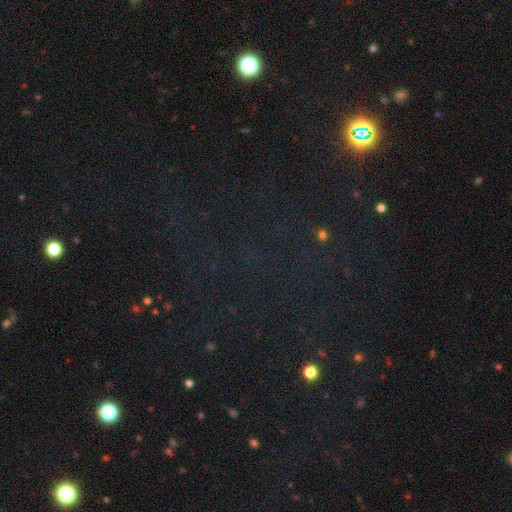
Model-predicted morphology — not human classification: smooth_or_featured: star or artifact (p=0.70) [alt: smooth p=0.20]